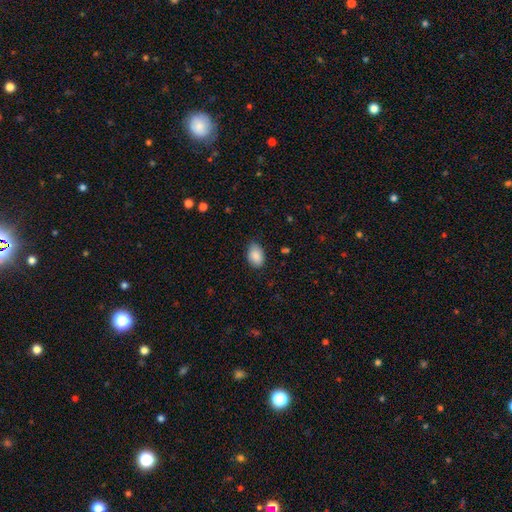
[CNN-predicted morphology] Overall: smooth (88%). How rounded: in between (86%). Merging: none (76%).